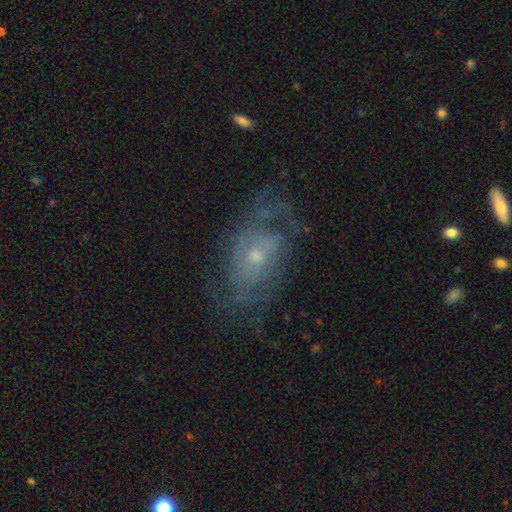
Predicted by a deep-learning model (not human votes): A featured or disk galaxy (72%) with no bar (76%), tight (43%) spiral arms (78%) and a small central bulge (59%).

Vote fractions:
- Smooth or featured? featured or disk: 72% / smooth: 17% / star or artifact: 11%
- Edge-on disk? no: 95% / yes: 5%
- Bar? no: 76% / weak: 21% / strong: 4%
- Spiral arms? yes: 78% / no: 22%
- Spiral winding? tight: 43% / medium: 38% / loose: 19%
- Spiral arm count? can't tell: 49% / 2: 26% / 3: 10% / 1: 6% / 4: 5% / more than 4: 4%
- Bulge size? small: 59% / moderate: 36% / large: 2% / none: 2% / dominant: 1%
- Merging? none: 61% / minor disturbance: 20% / major disturbance: 17% / merger: 2%